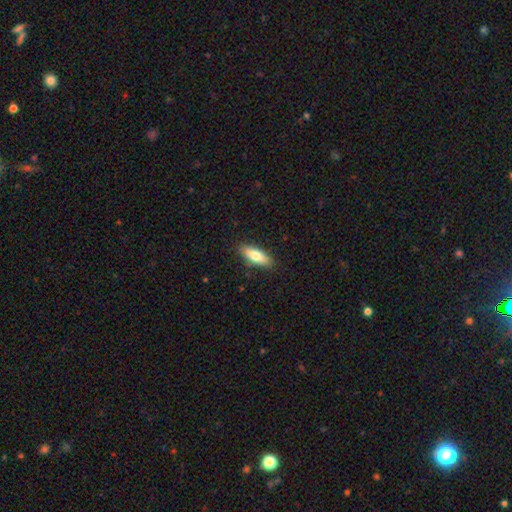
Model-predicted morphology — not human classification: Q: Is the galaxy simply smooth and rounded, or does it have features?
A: smooth — 75%.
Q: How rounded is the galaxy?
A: in between — 65%.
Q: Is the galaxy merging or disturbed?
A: none — 87%.